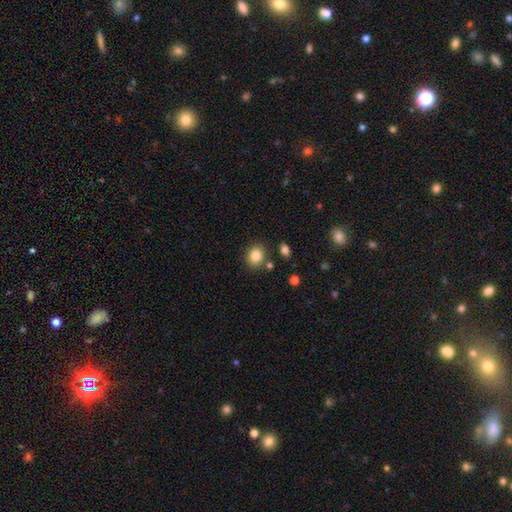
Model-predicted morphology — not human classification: A smooth galaxy with no disk features (85%) that is round (68%).

Vote fractions:
- Smooth or featured? smooth: 85% / star or artifact: 10% / featured or disk: 6%
- How rounded? round: 68% / in between: 31% / cigar-shaped: 1%
- Merging? none: 82% / minor disturbance: 10% / merger: 6% / major disturbance: 3%